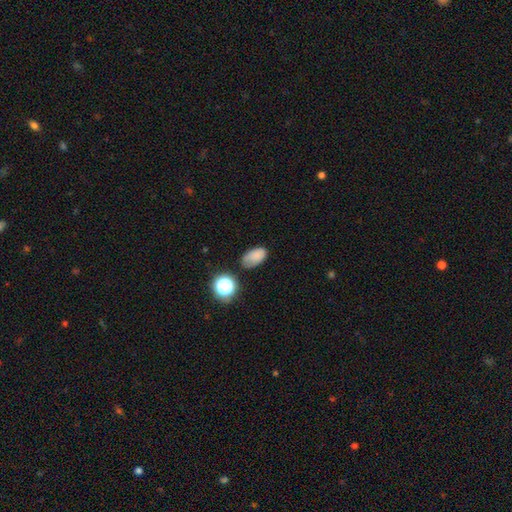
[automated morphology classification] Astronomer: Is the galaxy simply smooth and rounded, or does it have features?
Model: smooth — 77%.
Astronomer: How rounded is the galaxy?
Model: in between — 89%.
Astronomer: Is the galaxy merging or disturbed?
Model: none — 63%.